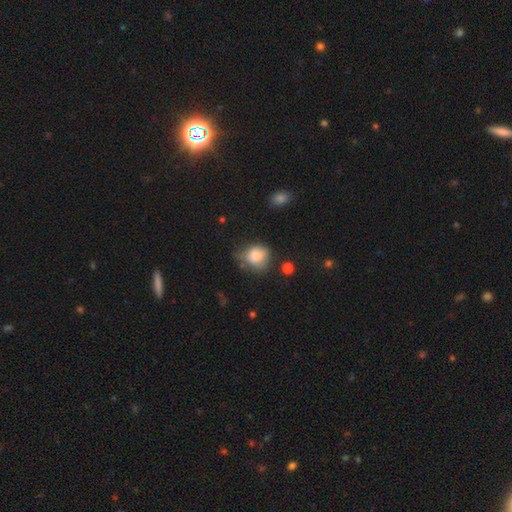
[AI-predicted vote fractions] Smooth or featured: smooth — 82% (featured or disk — 9%)
How rounded: round — 63% (in between — 36%)
Merging: none — 42% (minor disturbance — 37%)